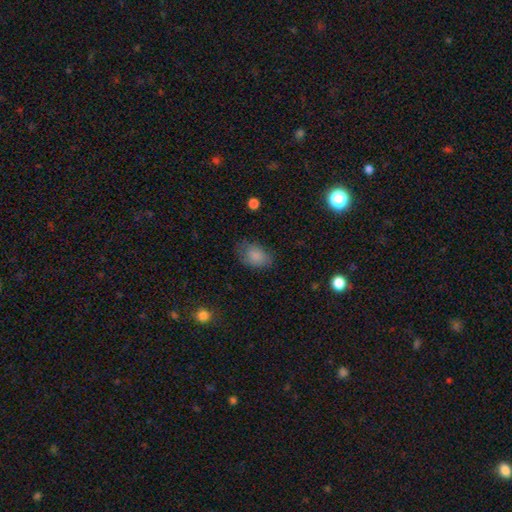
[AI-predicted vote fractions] Morphology: type=smooth (83%); roundness=in between (81%); merging=none (62%).